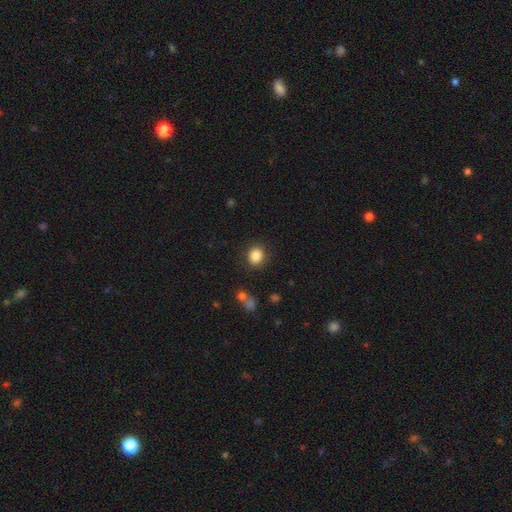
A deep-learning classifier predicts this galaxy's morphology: Q: Smooth or featured?
A: smooth (86%); runner-up: star or artifact (9%)
Q: How rounded?
A: round (79%); runner-up: in between (20%)
Q: Merging?
A: none (86%); runner-up: minor disturbance (9%)